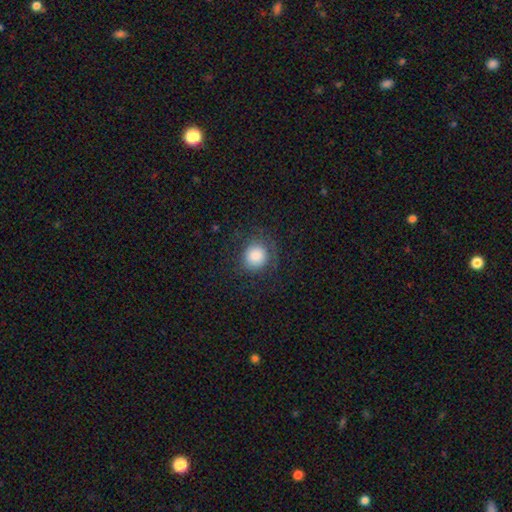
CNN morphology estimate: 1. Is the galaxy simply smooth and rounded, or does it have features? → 81% smooth, 11% featured or disk, 9% star or artifact.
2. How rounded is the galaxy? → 84% round, 15% in between, 1% cigar-shaped.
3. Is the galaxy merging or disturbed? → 75% none, 14% minor disturbance, 10% major disturbance, 1% merger.